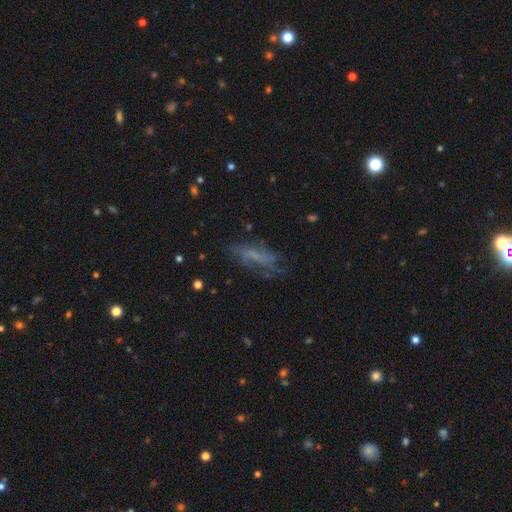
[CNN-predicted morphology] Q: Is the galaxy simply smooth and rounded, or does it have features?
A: smooth — 44%.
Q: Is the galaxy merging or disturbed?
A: none — 54%.